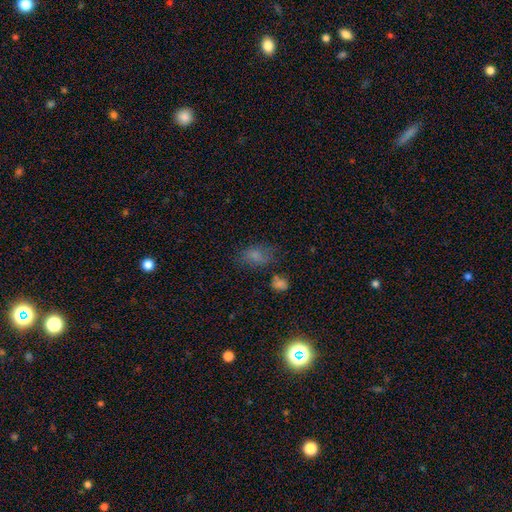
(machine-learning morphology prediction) smooth-or-featured: smooth: 71% | star or artifact: 17% | featured or disk: 11%
  how-rounded: in between: 84% | round: 14% | cigar-shaped: 2%
  merging: none: 59% | minor disturbance: 23% | major disturbance: 12% | merger: 6%